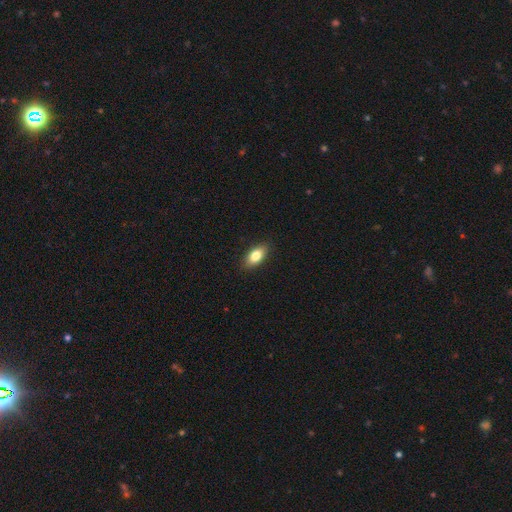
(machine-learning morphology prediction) Q: Smooth or featured?
A: smooth (82%); runner-up: featured or disk (11%)
Q: How rounded?
A: in between (89%); runner-up: cigar-shaped (6%)
Q: Merging?
A: none (88%); runner-up: minor disturbance (9%)